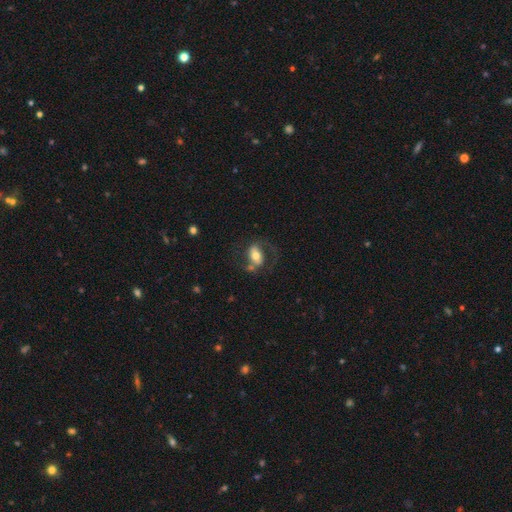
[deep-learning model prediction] The model was most divided on "smooth or featured": featured or disk: 48%, smooth: 45%, star or artifact: 8%. Remaining: merging — none (47%).